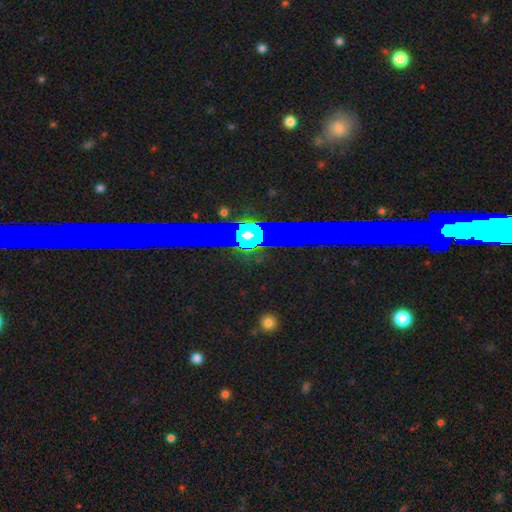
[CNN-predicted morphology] This appears to be a star or artifact, not a galaxy (66%).